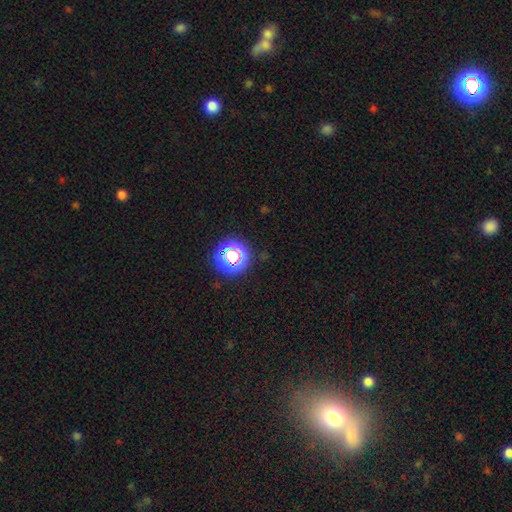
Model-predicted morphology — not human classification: type=star or artifact (67%).